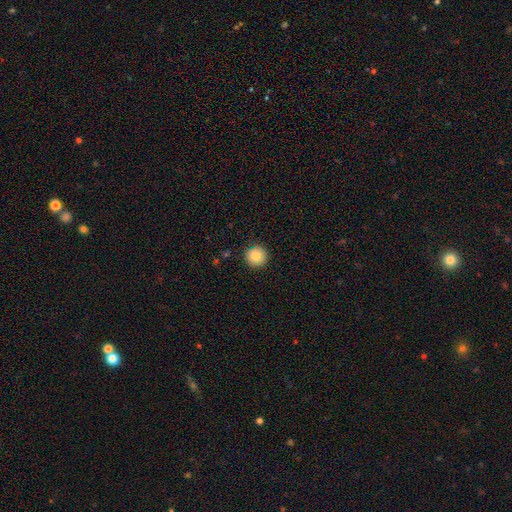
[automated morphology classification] A smooth galaxy with no disk features (84%) that is round (96%).

Vote fractions:
- Smooth or featured? smooth: 84% / star or artifact: 9% / featured or disk: 7%
- How rounded? round: 96% / in between: 3% / cigar-shaped: 1%
- Merging? none: 92% / minor disturbance: 6% / major disturbance: 2% / merger: 1%